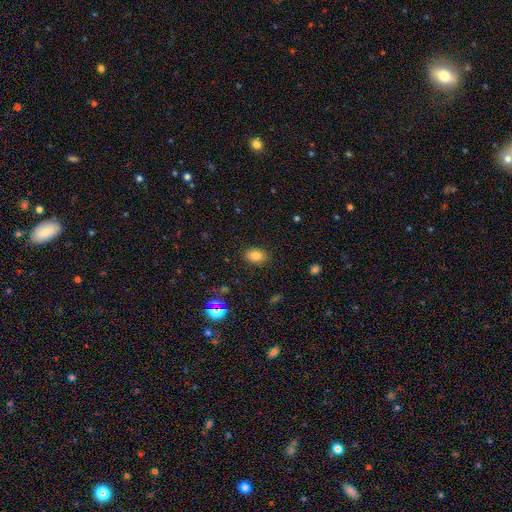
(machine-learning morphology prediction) smooth-or-featured: smooth: 80% | star or artifact: 12% | featured or disk: 8%
  how-rounded: in between: 79% | round: 20% | cigar-shaped: 1%
  merging: none: 87% | minor disturbance: 9% | major disturbance: 3% | merger: 1%